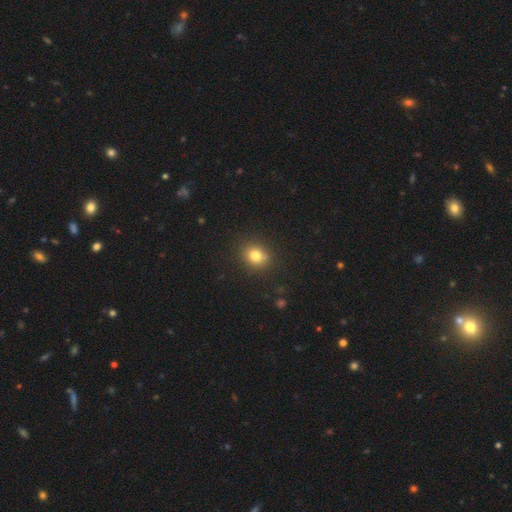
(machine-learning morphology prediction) A smooth galaxy with no disk features (80%) that is round (76%).

Vote fractions:
- Smooth or featured? smooth: 80% / star or artifact: 13% / featured or disk: 7%
- How rounded? round: 76% / in between: 23% / cigar-shaped: 1%
- Merging? none: 83% / minor disturbance: 11% / major disturbance: 3% / merger: 3%